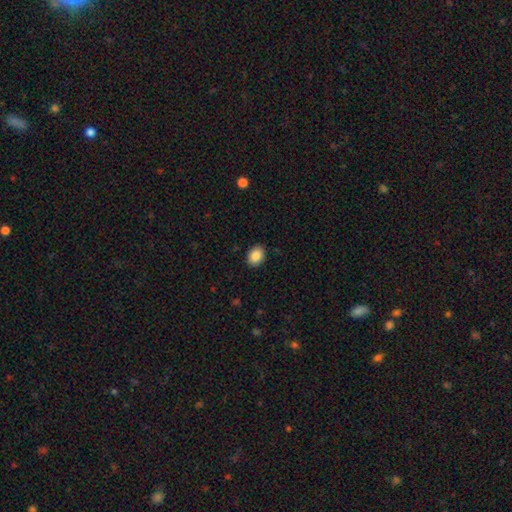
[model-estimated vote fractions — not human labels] A smooth galaxy with no disk features (88%) that is in between round and cigar-shaped (67%).

Vote fractions:
- Smooth or featured? smooth: 88% / star or artifact: 8% / featured or disk: 4%
- How rounded? in between: 67% / round: 32% / cigar-shaped: 1%
- Merging? none: 90% / minor disturbance: 7% / major disturbance: 2% / merger: 1%